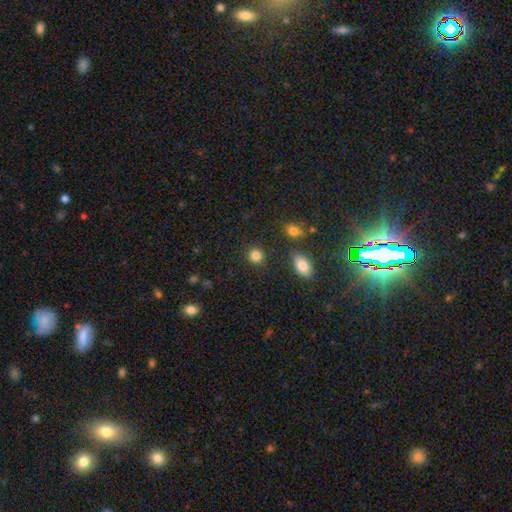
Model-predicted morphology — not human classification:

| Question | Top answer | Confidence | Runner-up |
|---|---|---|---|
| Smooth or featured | smooth | 86% | star or artifact (10%) |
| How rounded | round | 85% | in between (14%) |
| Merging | none | 87% | minor disturbance (7%) |